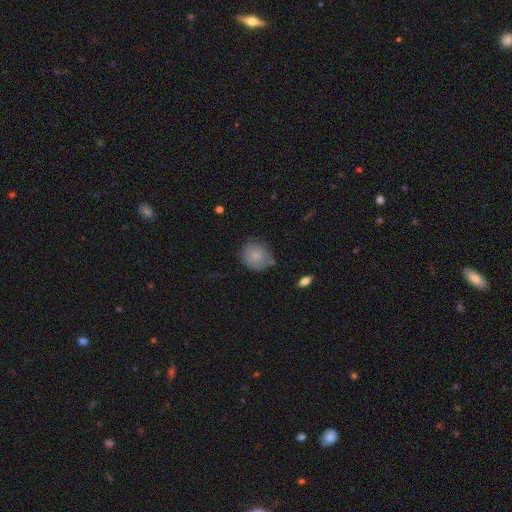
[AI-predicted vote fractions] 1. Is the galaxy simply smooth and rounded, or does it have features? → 78% smooth, 13% featured or disk, 8% star or artifact.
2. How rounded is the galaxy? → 75% round, 24% in between, 1% cigar-shaped.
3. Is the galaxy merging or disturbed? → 55% none, 34% minor disturbance, 9% major disturbance, 3% merger.